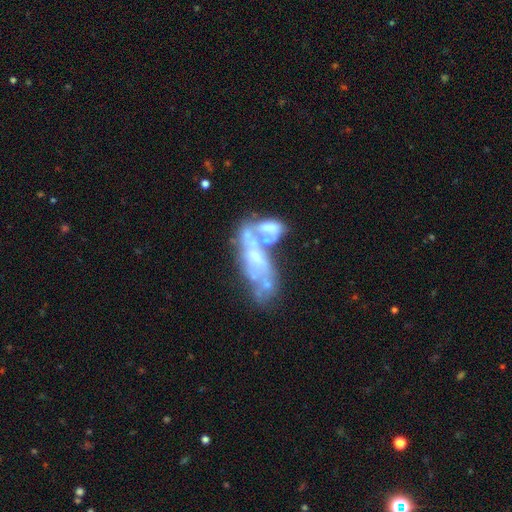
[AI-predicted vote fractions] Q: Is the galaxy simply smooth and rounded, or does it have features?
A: featured or disk — 68%.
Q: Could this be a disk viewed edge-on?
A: no — 91%.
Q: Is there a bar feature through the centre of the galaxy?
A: no — 80%.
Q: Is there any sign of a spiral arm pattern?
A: no — 79%.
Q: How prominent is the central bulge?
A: none — 39%.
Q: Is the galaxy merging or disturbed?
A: merger — 53%.